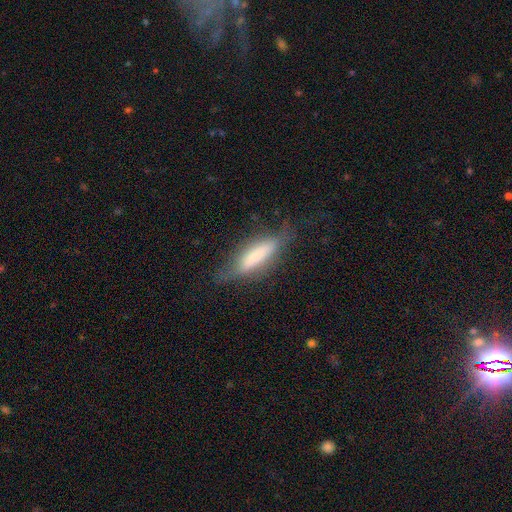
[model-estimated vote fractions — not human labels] This is possibly a smooth galaxy (57%). How rounded: likely cigar-shaped (63%). Merging: likely none (62%).